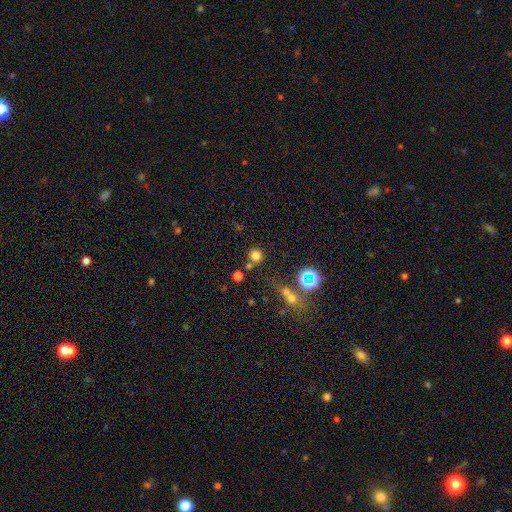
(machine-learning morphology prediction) A smooth galaxy with no disk features (73%) that is round (92%). Merging: none (73%).